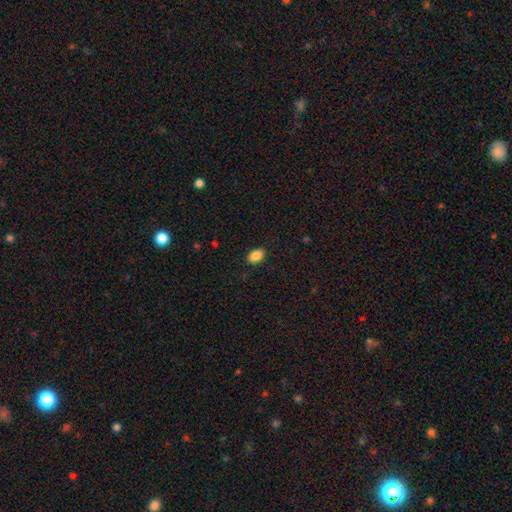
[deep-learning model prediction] Smooth or featured: smooth — 88% (star or artifact — 8%)
How rounded: in between — 86% (round — 13%)
Merging: none — 88% (minor disturbance — 9%)